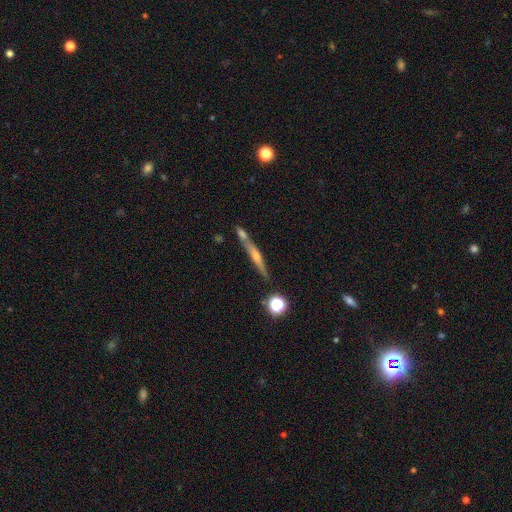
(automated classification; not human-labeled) smooth-or-featured: featured or disk: 72% | smooth: 20% | star or artifact: 9%
  disk-edge-on: yes: 97% | no: 3%
    edge-on-bulge: rounded: 80% | none: 13% | boxy: 7%
  merging: none: 79% | minor disturbance: 10% | merger: 8% | major disturbance: 3%